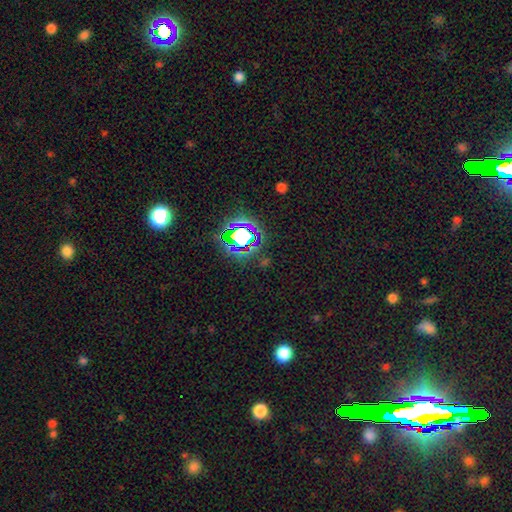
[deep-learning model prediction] smooth-or-featured: star or artifact: 78% | smooth: 14% | featured or disk: 8%